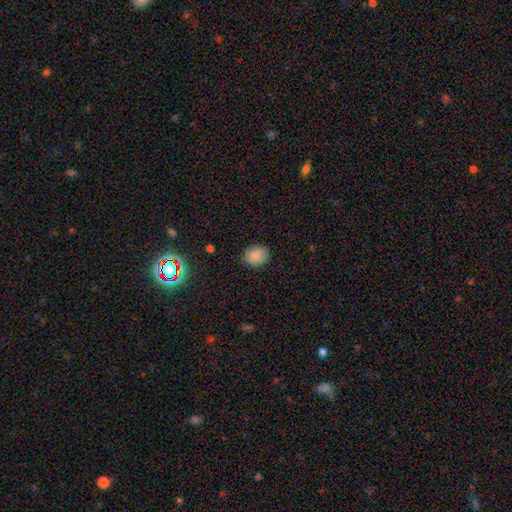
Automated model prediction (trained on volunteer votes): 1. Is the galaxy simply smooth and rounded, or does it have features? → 86% smooth, 9% star or artifact, 5% featured or disk.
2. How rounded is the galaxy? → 56% round, 43% in between, 1% cigar-shaped.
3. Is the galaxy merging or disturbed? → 86% none, 11% minor disturbance, 2% major disturbance, 1% merger.